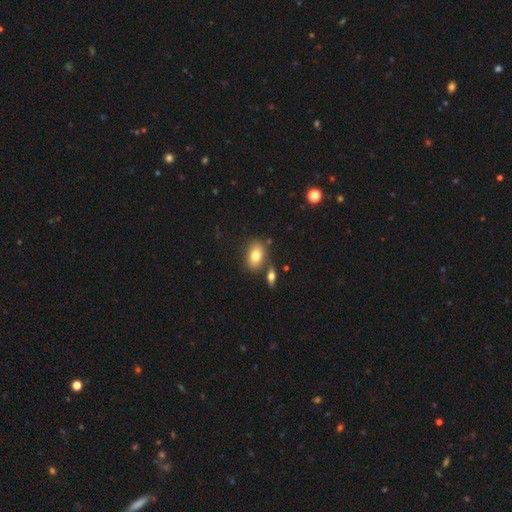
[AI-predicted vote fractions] smooth_or_featured: smooth (p=0.78) [alt: featured or disk p=0.14]
how_rounded: in between (p=0.83) [alt: round p=0.15]
merging: none (p=0.69) [alt: merger p=0.15]